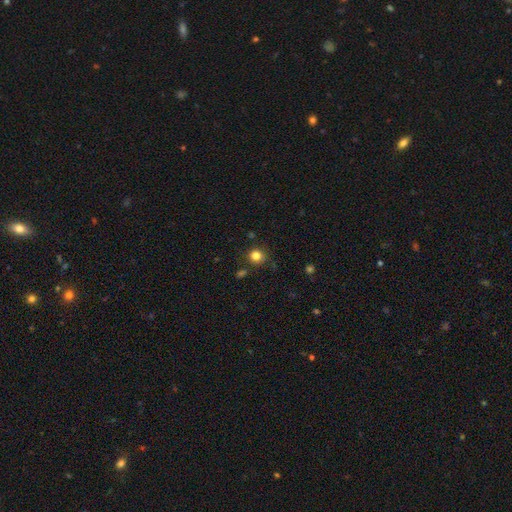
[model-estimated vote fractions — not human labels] The model was most divided on "smooth or featured": smooth: 82%, star or artifact: 13%, featured or disk: 5%. More confident: how rounded — round (88%); merging — none (85%).